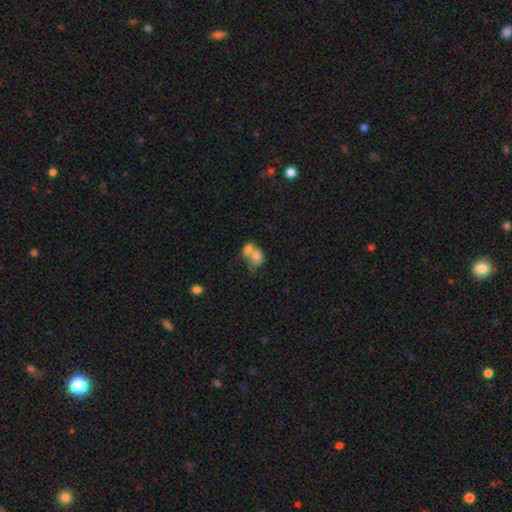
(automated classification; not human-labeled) This appears to be a smooth galaxy with no disk features (74%) that is in between round and cigar-shaped (55%). Merging: merger (73%).